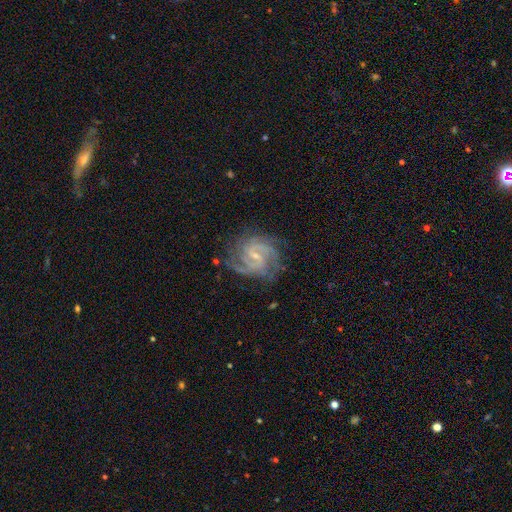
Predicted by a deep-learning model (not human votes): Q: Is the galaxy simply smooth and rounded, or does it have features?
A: featured or disk — 90%.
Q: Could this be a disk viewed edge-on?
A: no — 98%.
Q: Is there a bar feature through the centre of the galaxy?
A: weak — 55%.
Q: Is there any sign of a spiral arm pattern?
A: yes — 98%.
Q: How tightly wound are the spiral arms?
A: tight — 50%.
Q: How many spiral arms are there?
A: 2 — 33%.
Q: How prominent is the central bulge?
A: small — 72%.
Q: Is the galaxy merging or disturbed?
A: none — 74%.